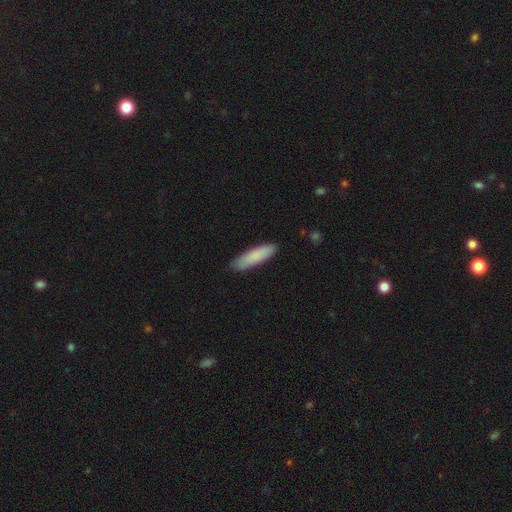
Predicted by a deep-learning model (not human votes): This appears to be a smooth galaxy with no disk features (86%) that is cigar-shaped (71%). Merging: none (87%).